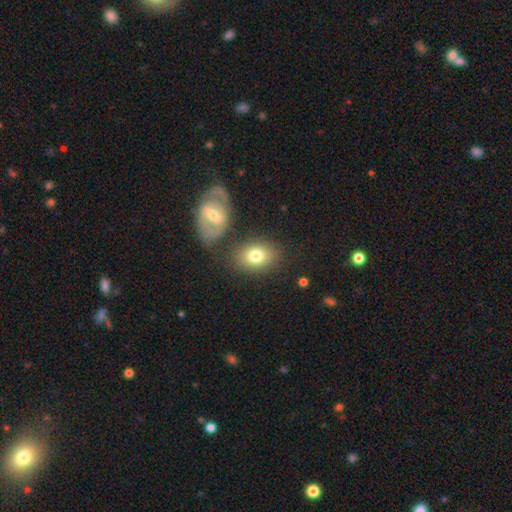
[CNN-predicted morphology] smooth-or-featured: smooth: 76% | featured or disk: 16% | star or artifact: 8%
  how-rounded: in between: 71% | round: 28% | cigar-shaped: 1%
  merging: none: 70% | minor disturbance: 14% | merger: 12% | major disturbance: 5%